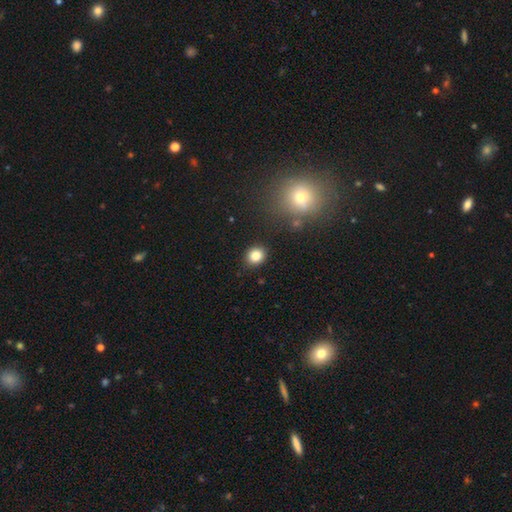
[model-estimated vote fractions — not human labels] Smooth or featured? smooth (83%)
How rounded? round (73%)
Merging? none (89%)